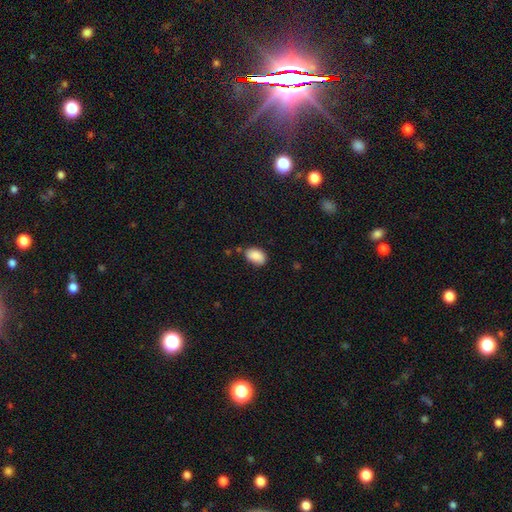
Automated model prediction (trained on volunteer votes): smooth 89%, star or artifact 7%, featured or disk 4%. Down the decision tree: how rounded — in between (89%); merging — none (74%).